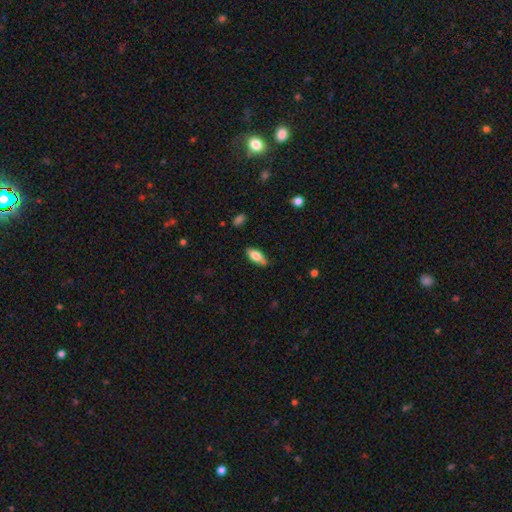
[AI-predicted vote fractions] Smooth or featured? smooth (71%)
How rounded? in between (78%)
Merging? none (80%)